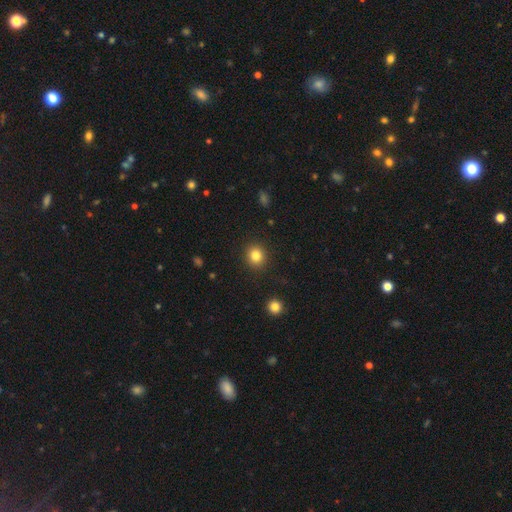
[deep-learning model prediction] This appears to be a smooth galaxy with no disk features (82%) that is round (86%). Merging: none (90%).